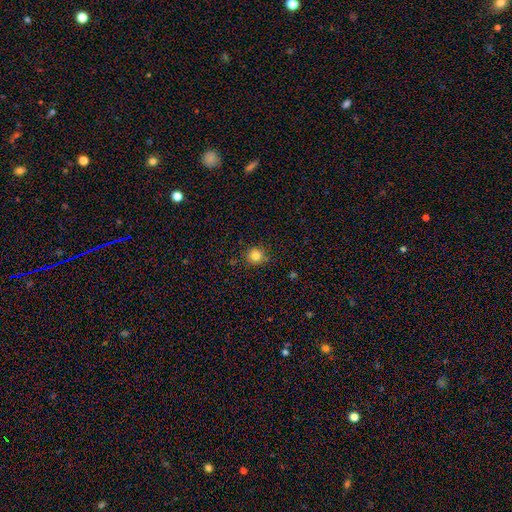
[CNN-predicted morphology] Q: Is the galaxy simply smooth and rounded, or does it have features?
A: smooth — 83%.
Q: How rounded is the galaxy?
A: round — 92%.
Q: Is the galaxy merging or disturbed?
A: none — 84%.